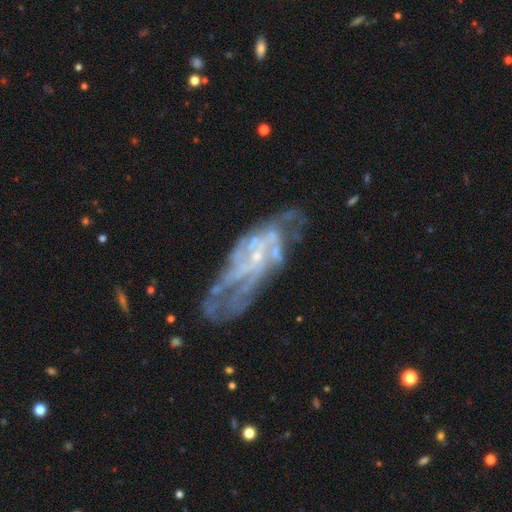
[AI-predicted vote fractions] Smooth or featured? featured or disk (80%)
Edge-on disk? no (90%)
Bar? no (64%)
Spiral arms? yes (76%)
Spiral winding? tight (41%)
Spiral arm count? can't tell (48%)
Bulge size? small (72%)
Merging? none (50%)